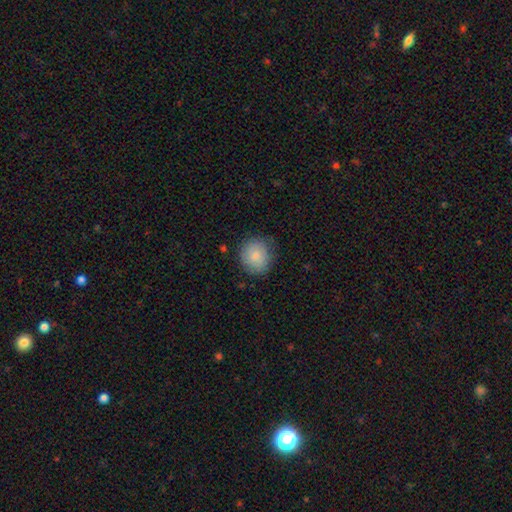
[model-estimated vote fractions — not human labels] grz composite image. It shows a smooth galaxy with no disk features (84%) that is round (84%). Merging: none (81%).